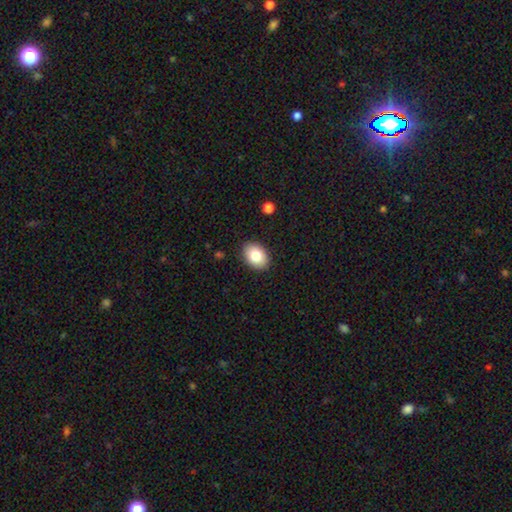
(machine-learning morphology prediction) Smooth or featured? Predicted: smooth (p=0.83). How rounded? Predicted: in between (p=0.77). Merging? Predicted: none (p=0.89).